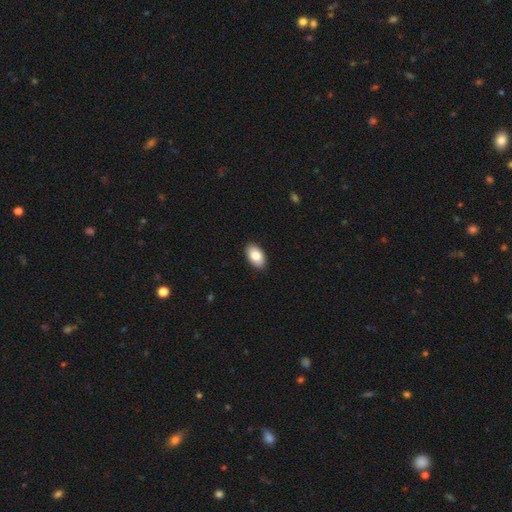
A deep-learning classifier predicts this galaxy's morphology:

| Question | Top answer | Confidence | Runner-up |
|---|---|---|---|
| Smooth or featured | smooth | 83% | featured or disk (11%) |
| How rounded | in between | 93% | round (6%) |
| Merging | none | 90% | minor disturbance (7%) |